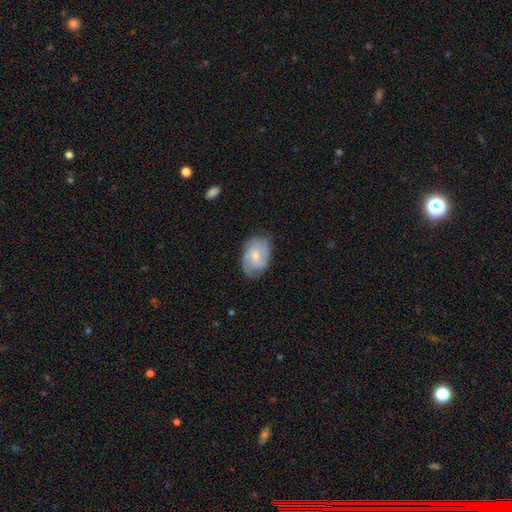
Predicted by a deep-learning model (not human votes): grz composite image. It shows a featured or disk galaxy (66%) with no bar (55%), 2 (46%) tight (43%) spiral arms (90%) and a small central bulge (50%). Merging: none (69%).